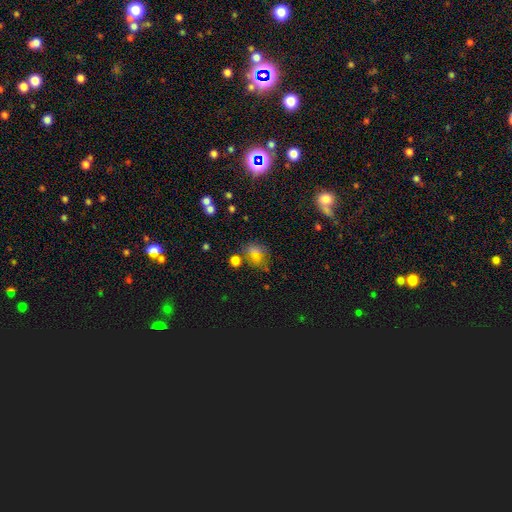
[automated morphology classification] This is likely a smooth galaxy (61%). How rounded: possibly in between (58%). Merging: marginally none (43%).